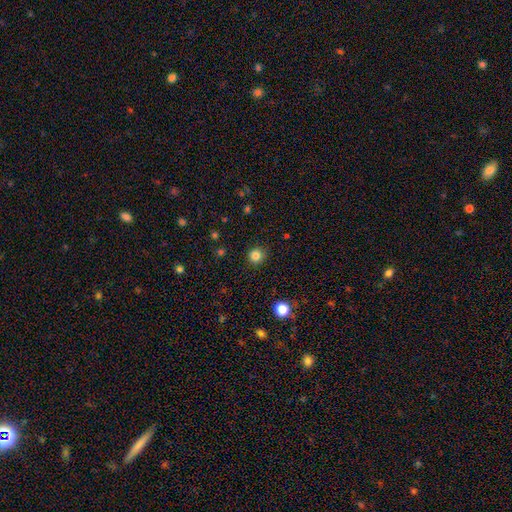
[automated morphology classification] smooth-or-featured: smooth: 83% | star or artifact: 13% | featured or disk: 4%
  how-rounded: round: 92% | in between: 7% | cigar-shaped: 1%
  merging: none: 89% | minor disturbance: 8% | major disturbance: 2% | merger: 1%